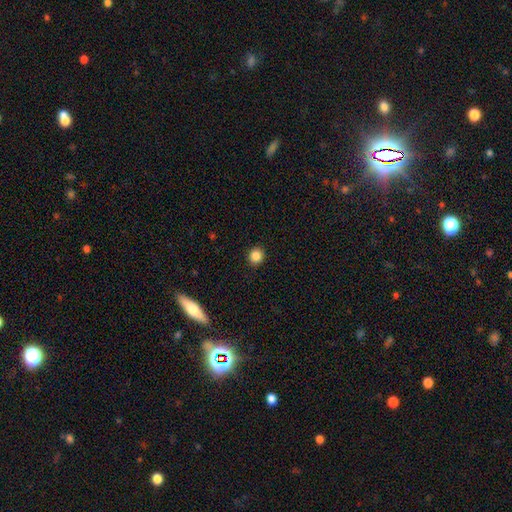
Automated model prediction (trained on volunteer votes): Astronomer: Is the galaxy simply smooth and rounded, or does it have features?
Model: smooth — 85%.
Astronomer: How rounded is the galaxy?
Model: round — 90%.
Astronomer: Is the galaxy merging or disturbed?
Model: none — 92%.